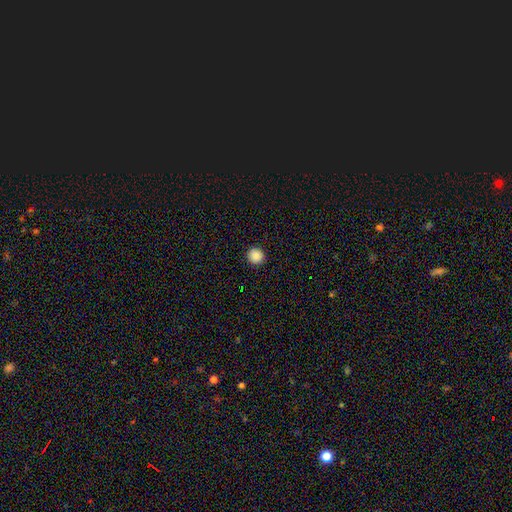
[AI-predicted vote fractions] Smooth or featured: smooth — 88% (star or artifact — 9%)
How rounded: round — 93% (in between — 6%)
Merging: none — 92% (minor disturbance — 5%)